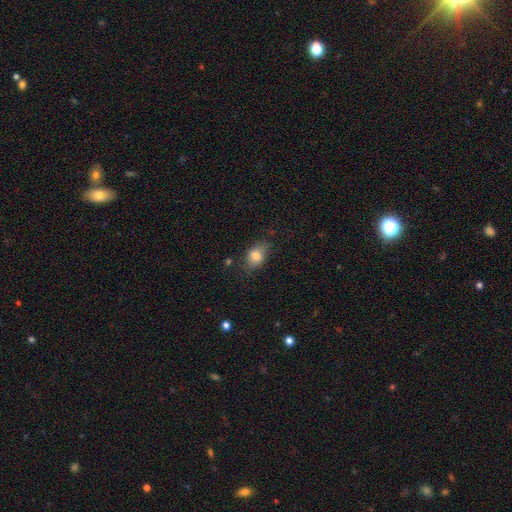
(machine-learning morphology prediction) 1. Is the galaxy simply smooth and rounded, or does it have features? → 77% smooth, 14% featured or disk, 9% star or artifact.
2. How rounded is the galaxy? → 82% in between, 15% round, 3% cigar-shaped.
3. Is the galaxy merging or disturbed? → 71% none, 21% minor disturbance, 6% major disturbance, 2% merger.